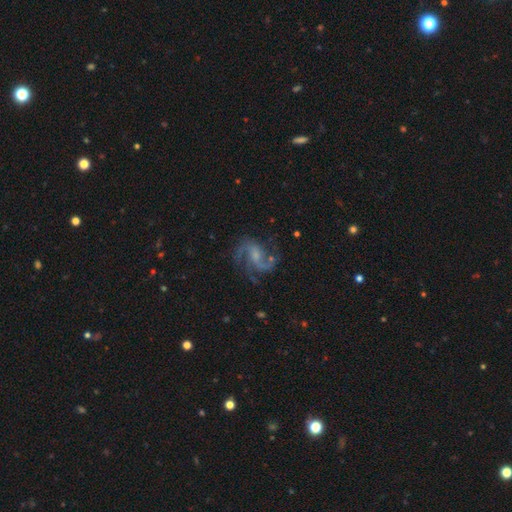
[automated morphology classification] A featured or disk galaxy (86%) with a weak bar (45%), 2 (72%) medium (52%) spiral arms (97%) and a small central bulge (48%).

Vote fractions:
- Smooth or featured? featured or disk: 86% / star or artifact: 7% / smooth: 7%
- Edge-on disk? no: 98% / yes: 2%
- Bar? weak: 45% / no: 42% / strong: 13%
- Spiral arms? yes: 97% / no: 3%
- Spiral winding? medium: 52% / loose: 36% / tight: 13%
- Spiral arm count? 2: 72% / 3: 13% / can't tell: 6% / 1: 4% / 4: 3% / more than 4: 2%
- Bulge size? small: 48% / moderate: 29% / none: 18% / large: 4% / dominant: 1%
- Merging? none: 66% / minor disturbance: 17% / major disturbance: 15% / merger: 2%